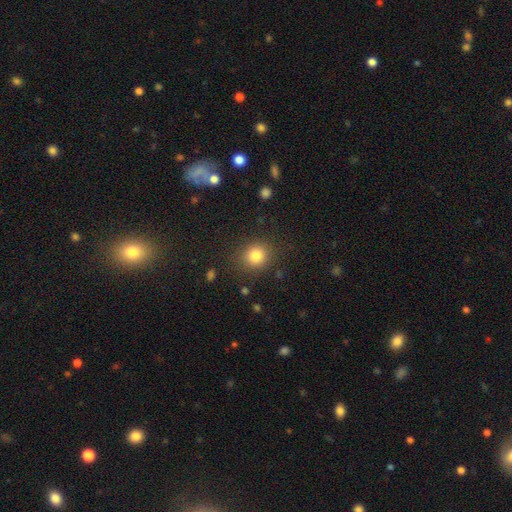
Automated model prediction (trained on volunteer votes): smooth-or-featured: smooth: 83% | star or artifact: 11% | featured or disk: 6%
  how-rounded: round: 84% | in between: 15% | cigar-shaped: 1%
  merging: none: 85% | minor disturbance: 9% | major disturbance: 4% | merger: 2%